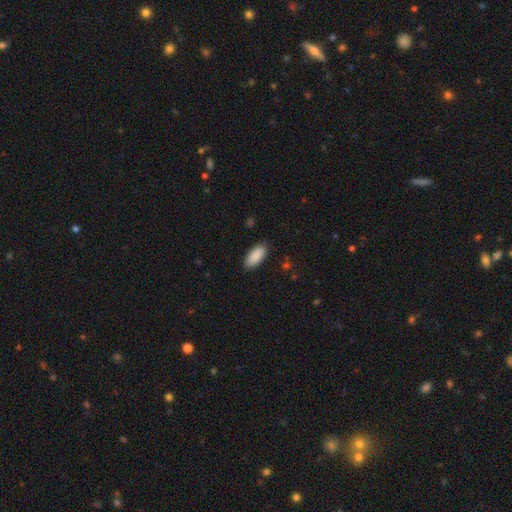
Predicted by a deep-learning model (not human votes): smooth 90%, star or artifact 6%, featured or disk 4%. Down the decision tree: how rounded — in between (89%); merging — none (87%).